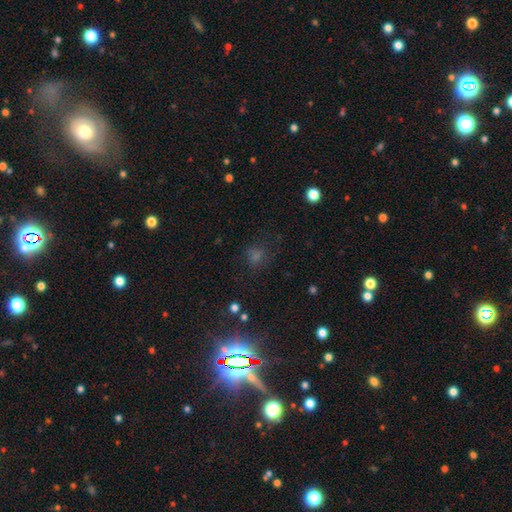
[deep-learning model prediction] Smooth or featured? star or artifact (50%)